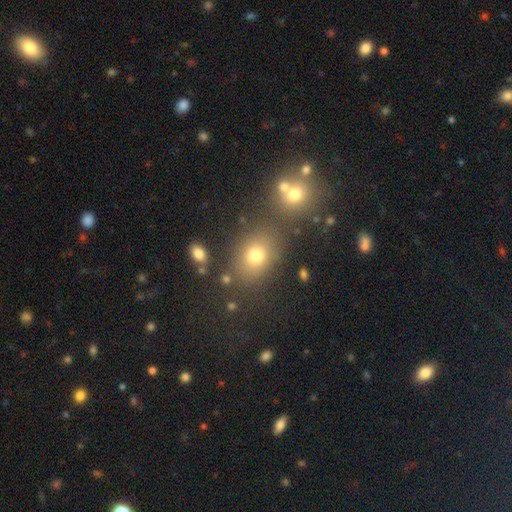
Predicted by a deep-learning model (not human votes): Morphology: type=smooth (72%); roundness=in between (61%); merging=none (70%).